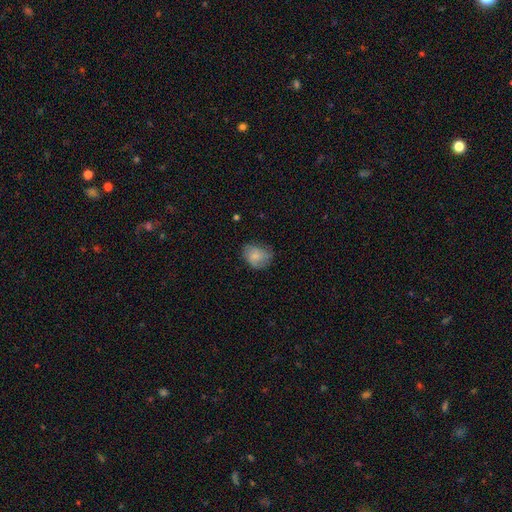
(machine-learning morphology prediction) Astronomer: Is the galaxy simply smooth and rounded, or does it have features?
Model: smooth — 77%.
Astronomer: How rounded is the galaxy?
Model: in between — 52% (runner-up: round, 47%).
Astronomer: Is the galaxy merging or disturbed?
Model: none — 61%.